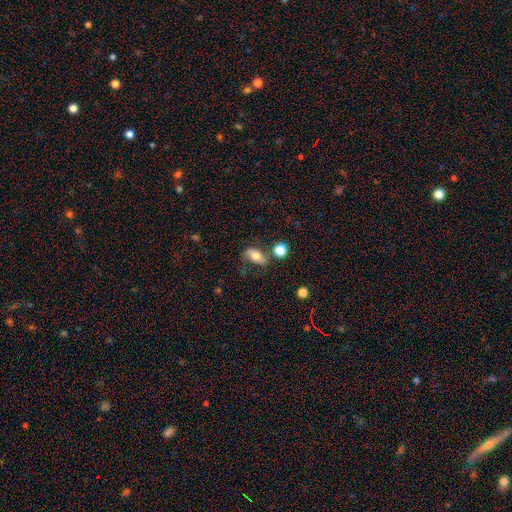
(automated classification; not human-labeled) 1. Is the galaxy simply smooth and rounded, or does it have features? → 66% smooth, 24% featured or disk, 10% star or artifact.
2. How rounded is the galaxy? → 83% in between, 11% round, 6% cigar-shaped.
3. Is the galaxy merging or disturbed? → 51% none, 24% minor disturbance, 13% major disturbance, 12% merger.